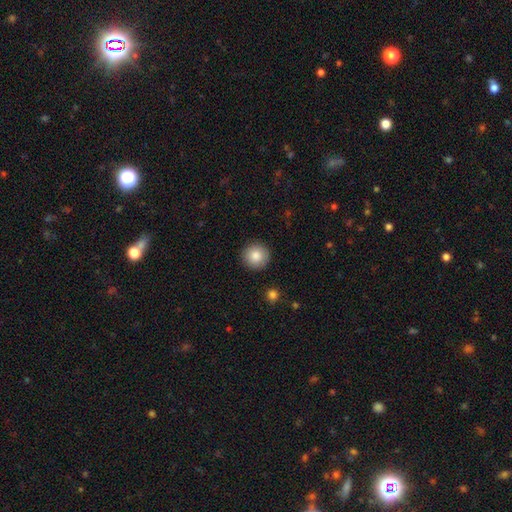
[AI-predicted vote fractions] This is clearly a smooth galaxy (85%). How rounded: clearly round (94%). Merging: clearly none (91%).